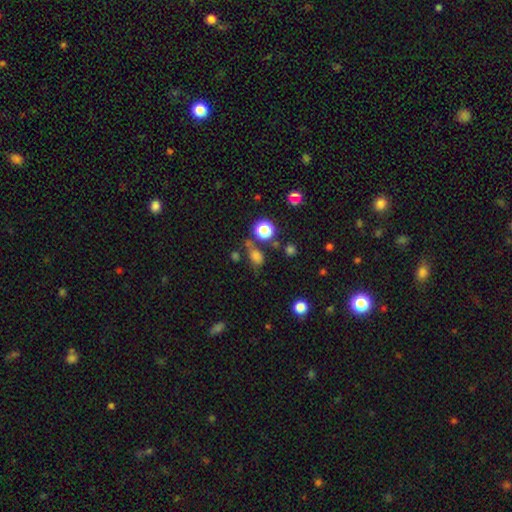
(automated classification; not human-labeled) smooth-or-featured: smooth: 72% | star or artifact: 21% | featured or disk: 7%
  how-rounded: in between: 60% | round: 38% | cigar-shaped: 2%
  merging: none: 61% | minor disturbance: 17% | merger: 14% | major disturbance: 8%